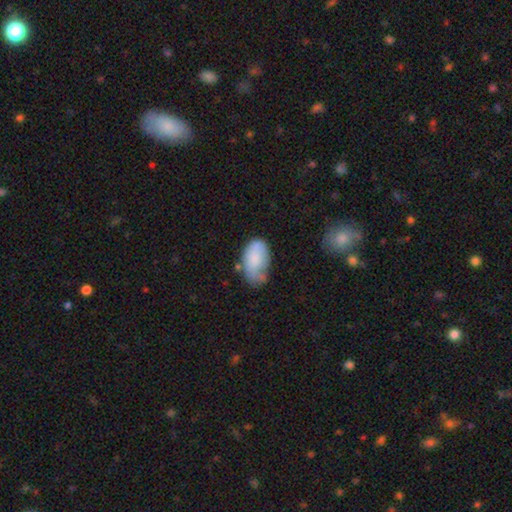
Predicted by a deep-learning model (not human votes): smooth_or_featured: smooth (p=0.70) [alt: featured or disk p=0.23]
how_rounded: in between (p=0.93) [alt: round p=0.06]
merging: minor disturbance (p=0.37) [alt: none p=0.35]